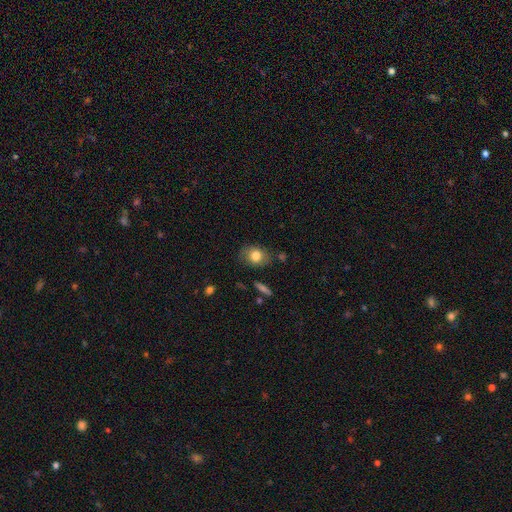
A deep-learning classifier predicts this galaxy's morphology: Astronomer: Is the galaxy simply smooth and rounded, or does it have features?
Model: smooth — 79%.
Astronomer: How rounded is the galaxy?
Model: in between — 61% (runner-up: round, 37%).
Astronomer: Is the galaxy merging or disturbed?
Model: none — 77%.